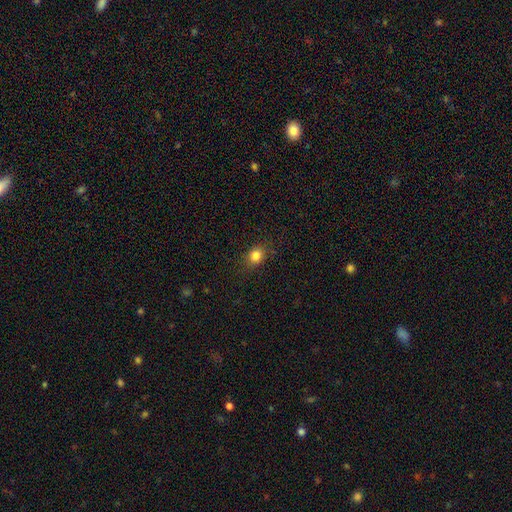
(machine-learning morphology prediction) Smooth or featured? smooth (83%)
How rounded? round (59%)
Merging? none (85%)